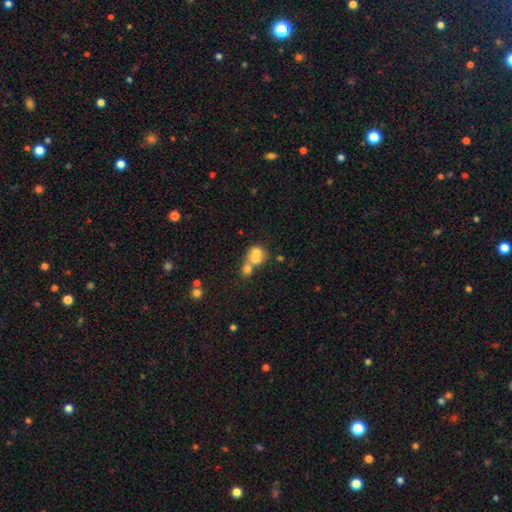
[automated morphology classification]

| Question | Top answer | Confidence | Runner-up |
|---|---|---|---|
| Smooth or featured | smooth | 64% | featured or disk (25%) |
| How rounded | round | 69% | in between (29%) |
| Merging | merger | 68% | none (22%) |